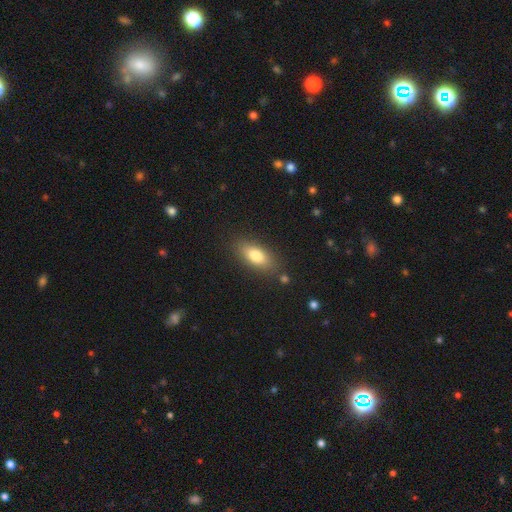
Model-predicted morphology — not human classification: Smooth or featured: smooth — 77% (featured or disk — 15%)
How rounded: in between — 79% (cigar-shaped — 17%)
Merging: none — 82% (minor disturbance — 11%)